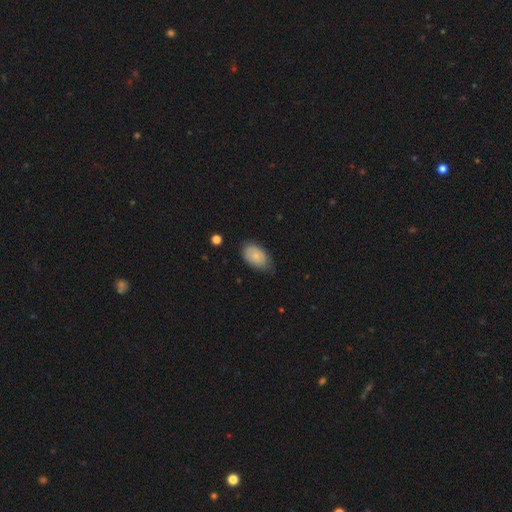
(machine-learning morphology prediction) A smooth galaxy with no disk features (77%) that is in between round and cigar-shaped (91%). Merging: none (69%).